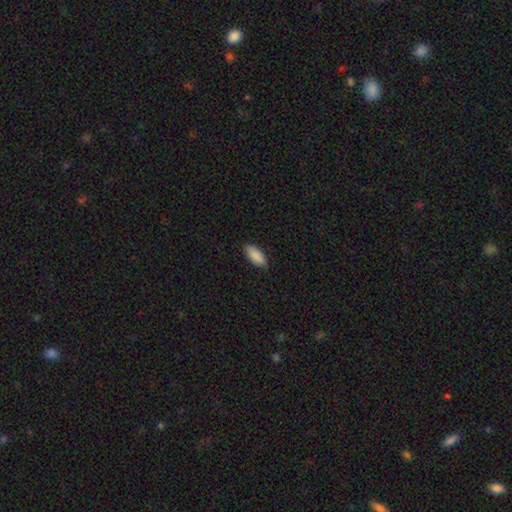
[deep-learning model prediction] A smooth galaxy with no disk features (90%) that is in between round and cigar-shaped (90%).

Vote fractions:
- Smooth or featured? smooth: 90% / star or artifact: 6% / featured or disk: 3%
- How rounded? in between: 90% / cigar-shaped: 8% / round: 2%
- Merging? none: 88% / minor disturbance: 9% / major disturbance: 2% / merger: 1%